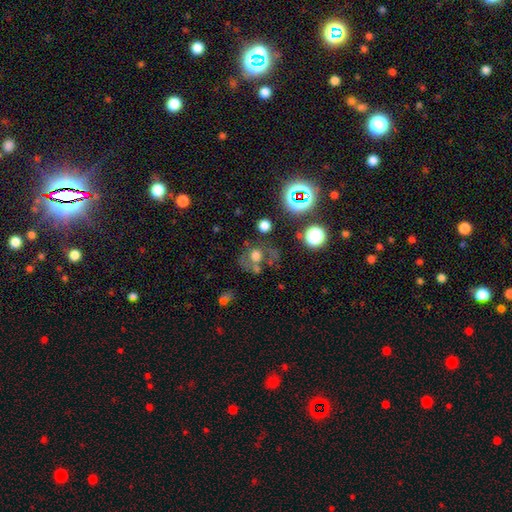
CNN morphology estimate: Smooth or featured?
  - smooth: 51% *
  - featured or disk: 27%
  - star or artifact: 22%
How rounded?
  - round: 76% *
  - in between: 23%
  - cigar-shaped: 1%
Merging?
  - none: 53% *
  - major disturbance: 16%
  - minor disturbance: 16%
  - merger: 14%